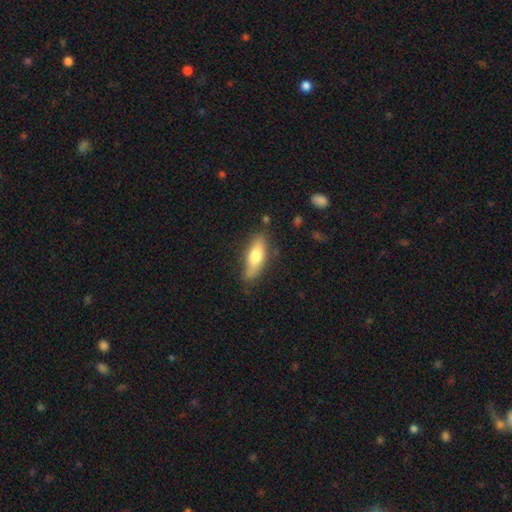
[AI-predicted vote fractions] Smooth or featured? Predicted: smooth (p=0.66). How rounded? Predicted: in between (p=0.50). Merging? Predicted: none (p=0.77).